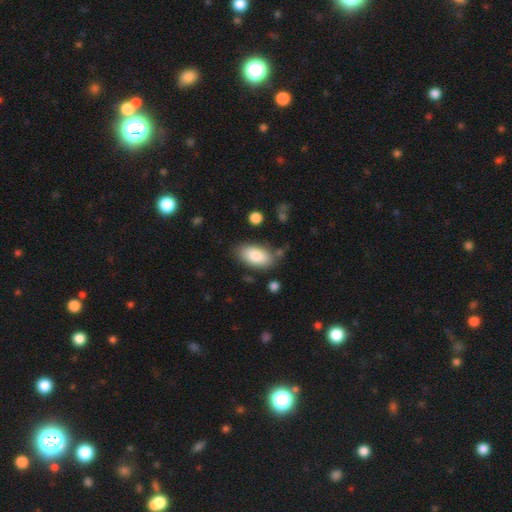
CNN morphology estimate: The model was most divided on "merging": none: 77%, minor disturbance: 15%, major disturbance: 4%, merger: 4%. More confident: how rounded — in between (94%); smooth or featured — smooth (86%).